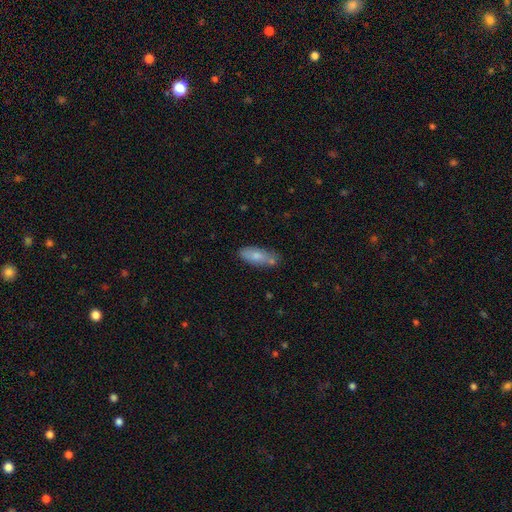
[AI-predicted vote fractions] This appears to be a smooth galaxy with no disk features (77%) that is in between round and cigar-shaped (77%). Merging: none (61%).